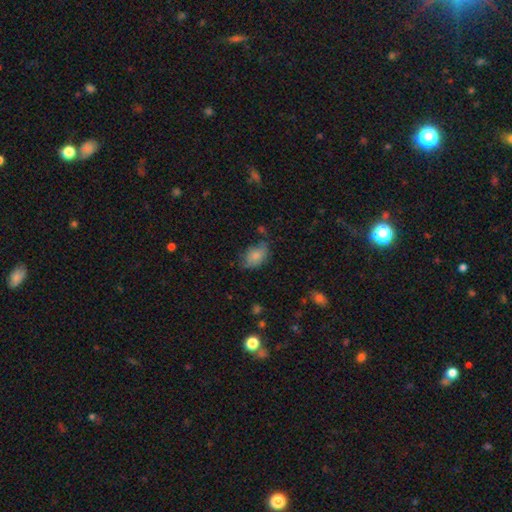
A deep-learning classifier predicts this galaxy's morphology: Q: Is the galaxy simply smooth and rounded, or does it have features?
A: smooth — 79%.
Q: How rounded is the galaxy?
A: in between — 83%.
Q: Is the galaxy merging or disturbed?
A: none — 51%.